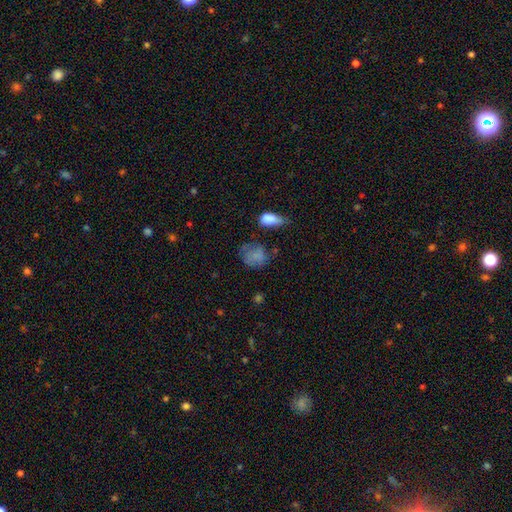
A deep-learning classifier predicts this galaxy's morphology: Smooth or featured: smooth — 73% (featured or disk — 15%)
How rounded: round — 57% (in between — 41%)
Merging: none — 48% (minor disturbance — 28%)